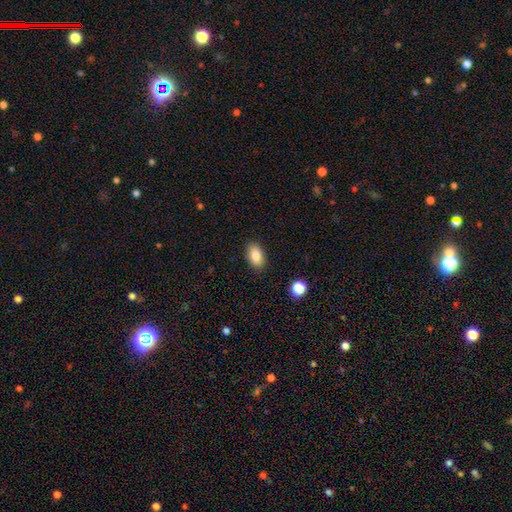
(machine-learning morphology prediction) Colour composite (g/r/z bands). It shows a smooth galaxy with no disk features (85%) that is in between round and cigar-shaped (92%). Merging: none (88%).